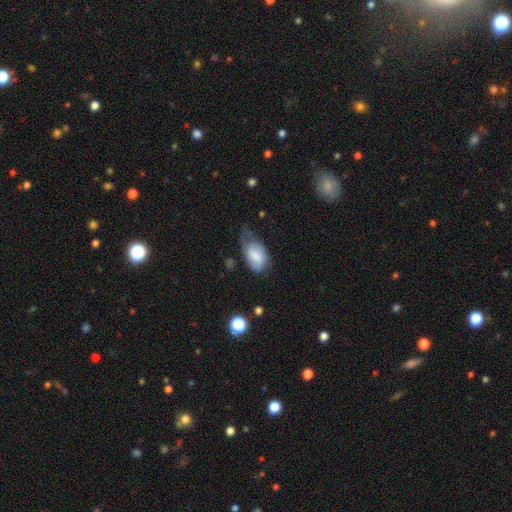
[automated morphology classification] Overall: smooth (73%). How rounded: in between (91%). Merging: minor disturbance (38%; major disturbance 32%).